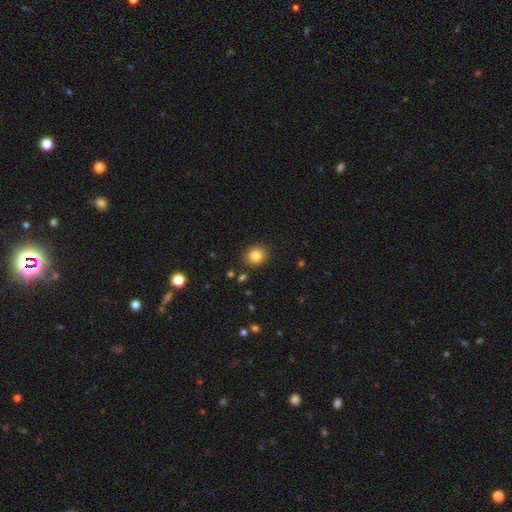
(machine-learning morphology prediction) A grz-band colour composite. It shows a smooth galaxy with no disk features (84%) that is round (83%). Merging: none (89%).